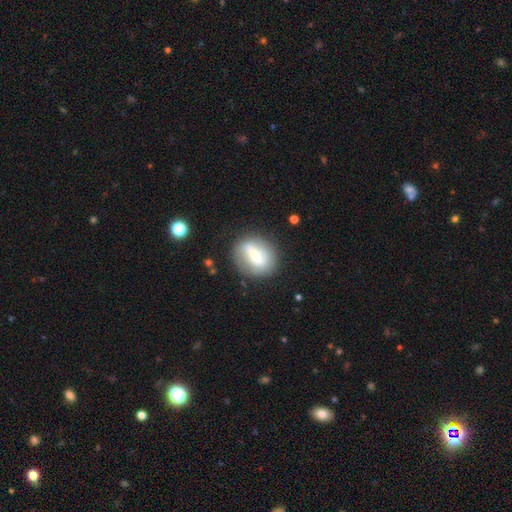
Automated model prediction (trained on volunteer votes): smooth-or-featured: smooth: 48% | featured or disk: 44% | star or artifact: 8%
  merging: none: 76% | minor disturbance: 15% | major disturbance: 7% | merger: 2%